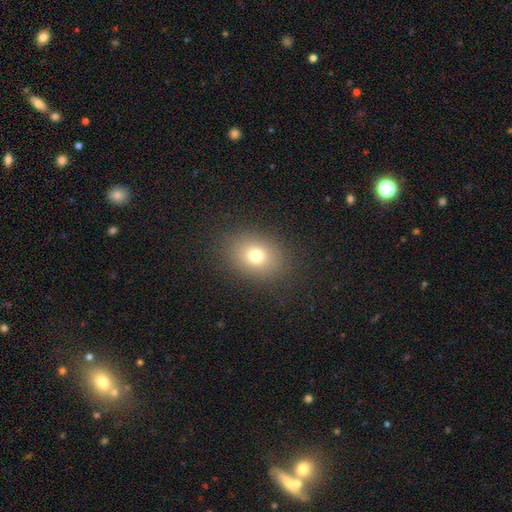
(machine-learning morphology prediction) A smooth galaxy with no disk features (74%) that is in between round and cigar-shaped (56%).

Vote fractions:
- Smooth or featured? smooth: 74% / star or artifact: 15% / featured or disk: 11%
- How rounded? in between: 56% / round: 43% / cigar-shaped: 1%
- Merging? none: 85% / minor disturbance: 9% / major disturbance: 5% / merger: 1%